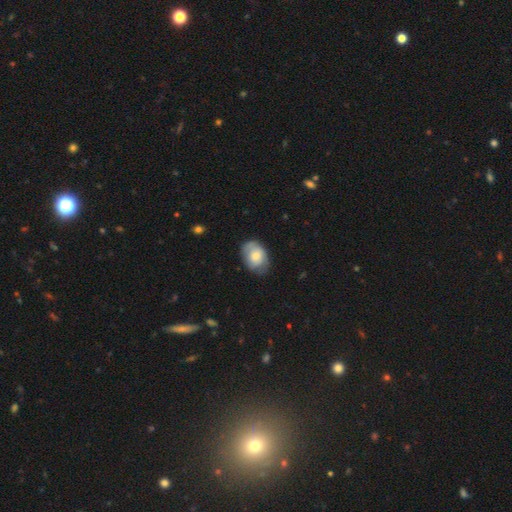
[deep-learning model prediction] Smooth or featured: smooth — 64% (featured or disk — 30%)
How rounded: in between — 77% (round — 22%)
Merging: none — 65% (minor disturbance — 26%)